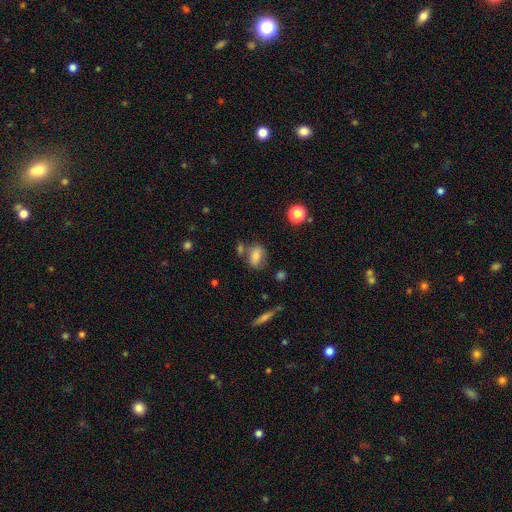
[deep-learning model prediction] Smooth or featured? Predicted: smooth (p=0.74). How rounded? Predicted: in between (p=0.78). Merging? Predicted: none (p=0.58).